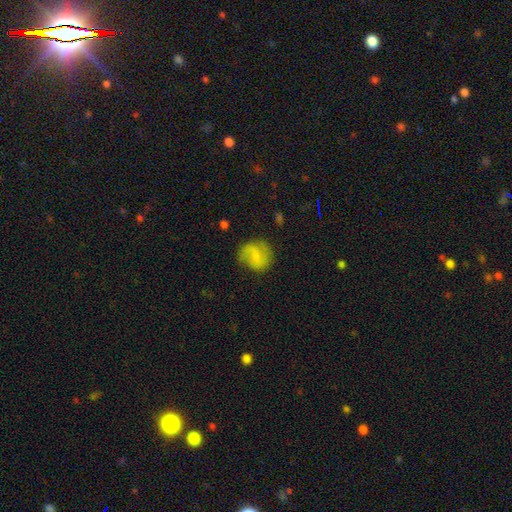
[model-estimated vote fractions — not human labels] Smooth or featured? smooth (47%)
Merging? none (67%)